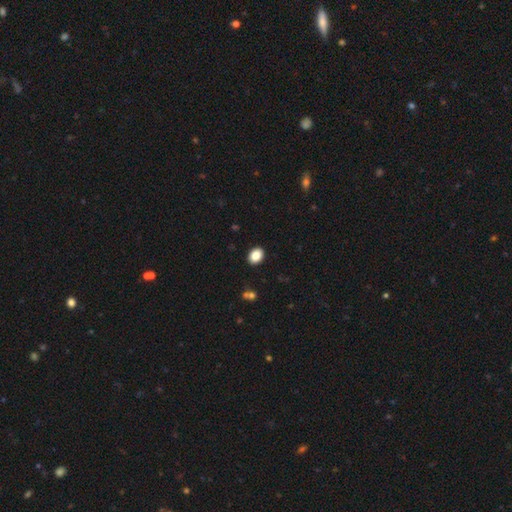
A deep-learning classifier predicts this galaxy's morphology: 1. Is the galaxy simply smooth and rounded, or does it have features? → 86% smooth, 9% star or artifact, 5% featured or disk.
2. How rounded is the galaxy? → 62% in between, 37% round, 1% cigar-shaped.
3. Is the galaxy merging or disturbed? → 91% none, 6% minor disturbance, 2% major disturbance, 1% merger.